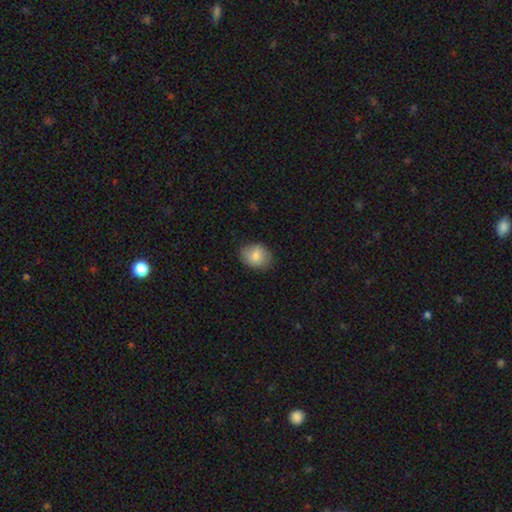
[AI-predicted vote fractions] Smooth or featured? Predicted: smooth (p=0.80). How rounded? Predicted: in between (p=0.56). Merging? Predicted: none (p=0.78).